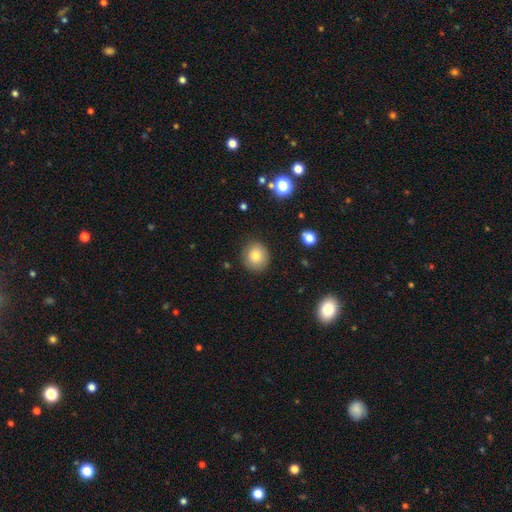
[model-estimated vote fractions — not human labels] Smooth or featured?
  - smooth: 79% *
  - featured or disk: 10%
  - star or artifact: 10%
How rounded?
  - round: 85% *
  - in between: 14%
  - cigar-shaped: 1%
Merging?
  - none: 87% *
  - minor disturbance: 9%
  - major disturbance: 3%
  - merger: 1%